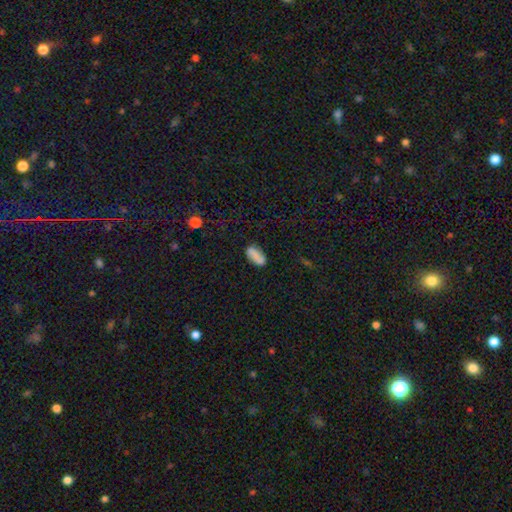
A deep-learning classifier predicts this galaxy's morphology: Q: Smooth or featured?
A: smooth (78%); runner-up: featured or disk (13%)
Q: How rounded?
A: in between (90%); runner-up: cigar-shaped (6%)
Q: Merging?
A: none (71%); runner-up: minor disturbance (18%)